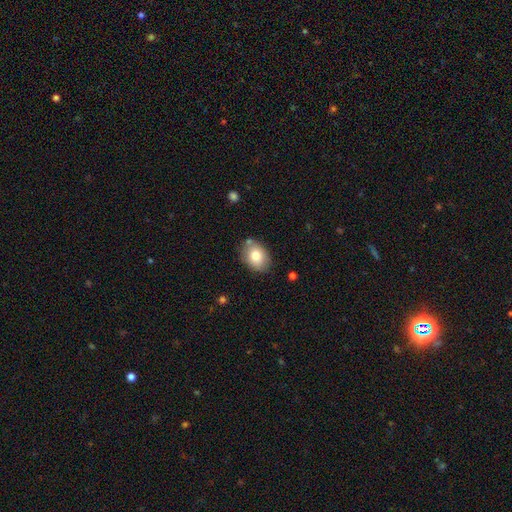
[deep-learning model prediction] smooth 78%, featured or disk 13%, star or artifact 8%. Down the decision tree: how rounded — in between (71%); merging — none (77%).